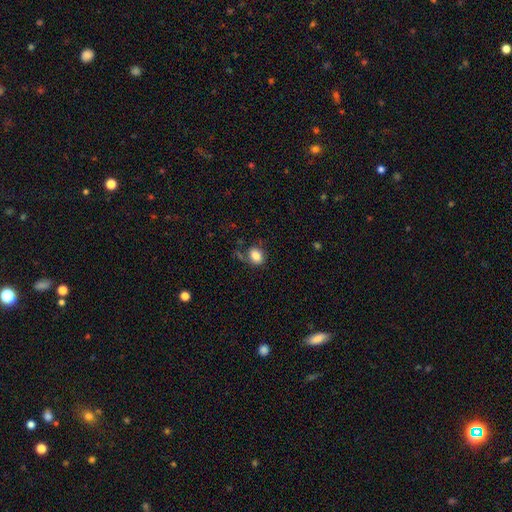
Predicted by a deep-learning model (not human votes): This is clearly a smooth galaxy (84%). How rounded: likely in between (61%). Merging: likely none (67%).